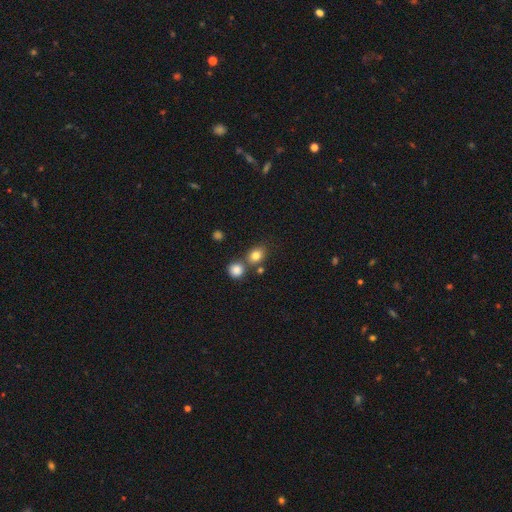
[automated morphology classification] smooth 80%, star or artifact 12%, featured or disk 8%. Down the decision tree: how rounded — round (56%); merging — none (63%).